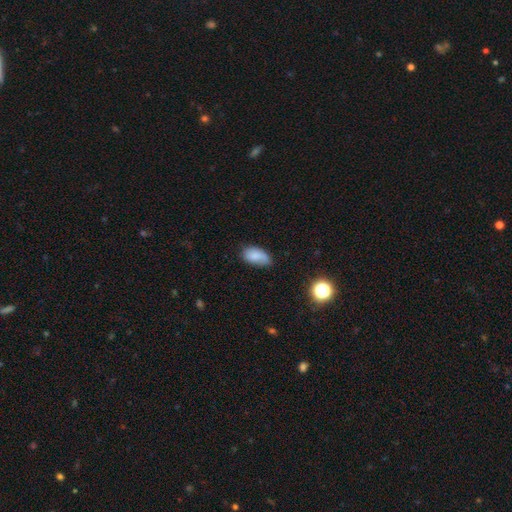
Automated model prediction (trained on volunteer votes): Overall: smooth (81%). How rounded: in between (92%). Merging: none (55%; minor disturbance 34%).